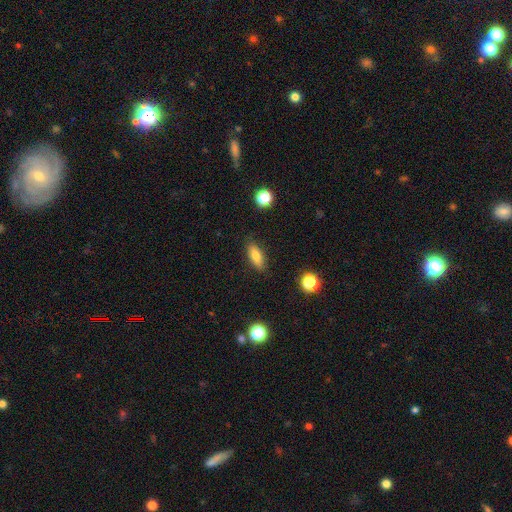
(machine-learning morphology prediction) smooth-or-featured: smooth: 79% | featured or disk: 12% | star or artifact: 9%
  how-rounded: in between: 69% | cigar-shaped: 27% | round: 3%
  merging: none: 86% | minor disturbance: 10% | major disturbance: 2% | merger: 1%